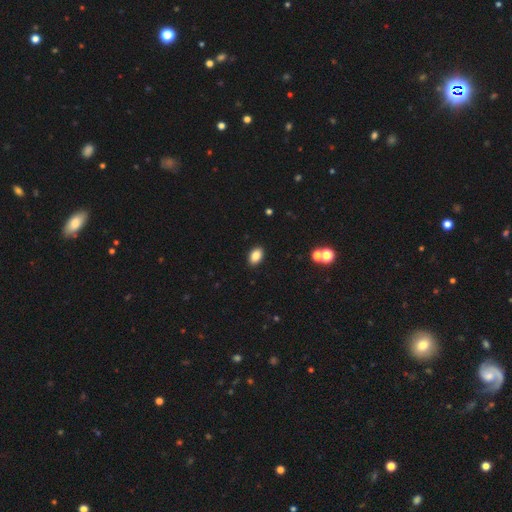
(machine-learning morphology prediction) smooth-or-featured: smooth: 85% | star or artifact: 9% | featured or disk: 5%
  how-rounded: in between: 89% | round: 10% | cigar-shaped: 1%
  merging: none: 91% | minor disturbance: 7% | major disturbance: 2% | merger: 1%